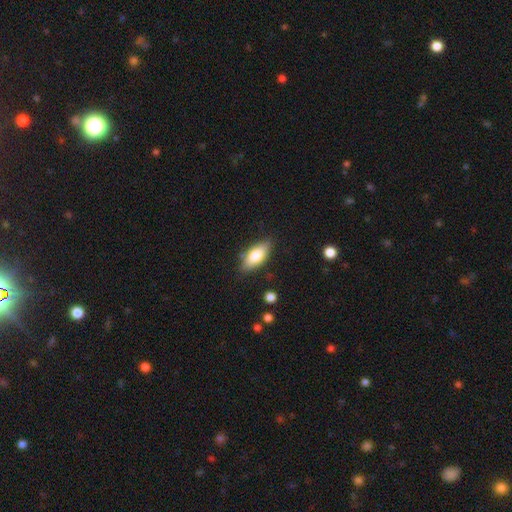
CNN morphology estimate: smooth_or_featured: smooth (p=0.74) [alt: featured or disk p=0.20]
how_rounded: in between (p=0.82) [alt: cigar-shaped p=0.15]
merging: none (p=0.82) [alt: minor disturbance p=0.13]